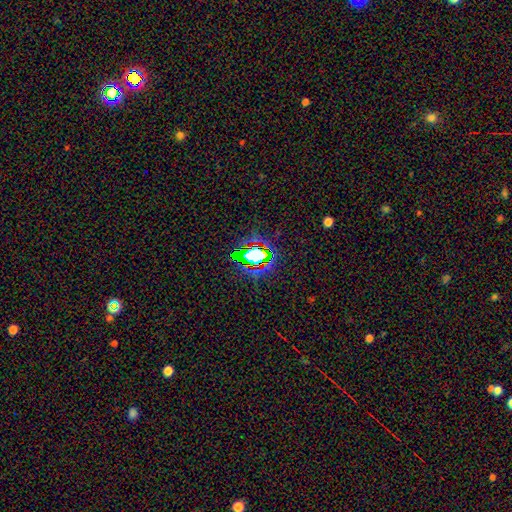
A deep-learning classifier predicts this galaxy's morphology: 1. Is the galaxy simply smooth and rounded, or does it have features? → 64% star or artifact, 23% smooth, 14% featured or disk.